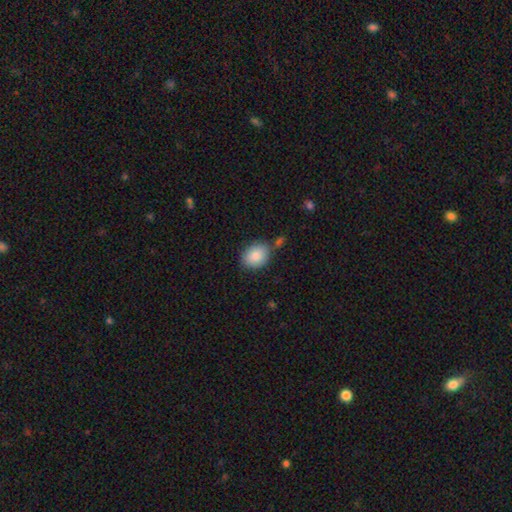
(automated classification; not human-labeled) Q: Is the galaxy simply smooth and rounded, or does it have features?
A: smooth — 86%.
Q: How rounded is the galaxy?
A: in between — 61%.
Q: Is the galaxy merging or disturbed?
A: none — 73%.